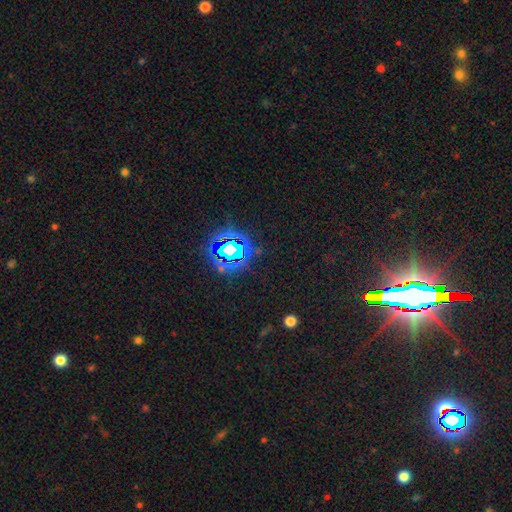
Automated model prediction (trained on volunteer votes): A star or artifact, not a galaxy (82%).